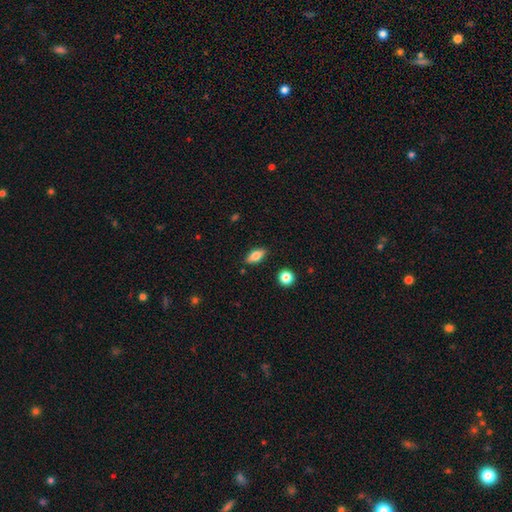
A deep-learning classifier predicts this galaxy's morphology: This is likely a smooth galaxy (74%). How rounded: clearly in between (80%). Merging: clearly none (86%).